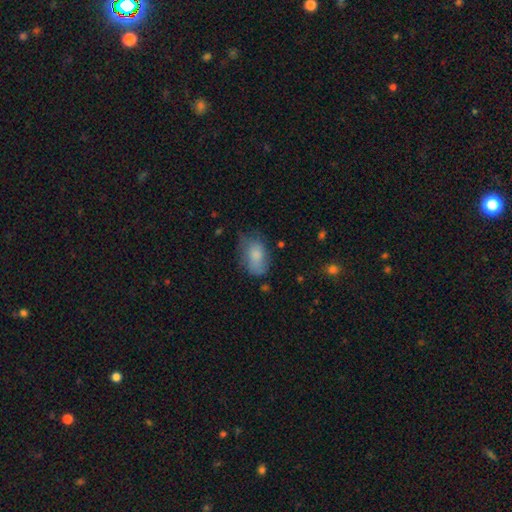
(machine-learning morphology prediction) Smooth or featured? Predicted: smooth (p=0.75). How rounded? Predicted: in between (p=0.88). Merging? Predicted: none (p=0.52).